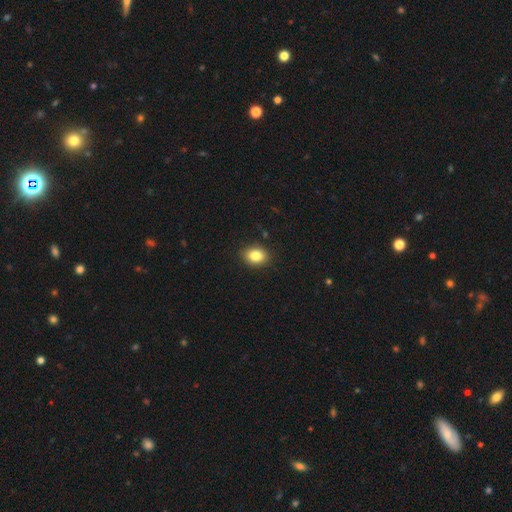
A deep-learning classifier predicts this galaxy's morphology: This appears to be a smooth galaxy with no disk features (84%) that is in between round and cigar-shaped (66%). Merging: none (89%).